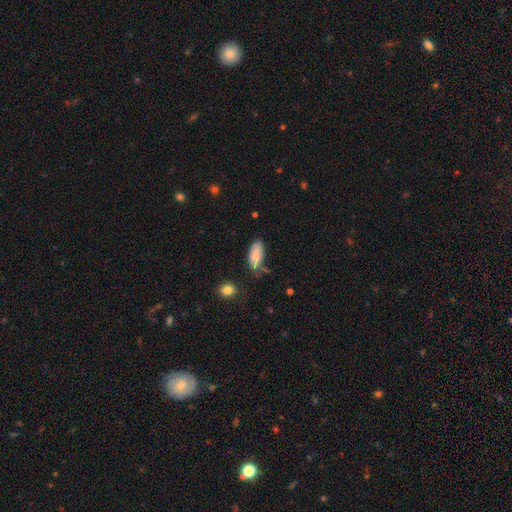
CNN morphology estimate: A smooth galaxy with no disk features (84%) that is in between round and cigar-shaped (87%). Merging: none (56%).